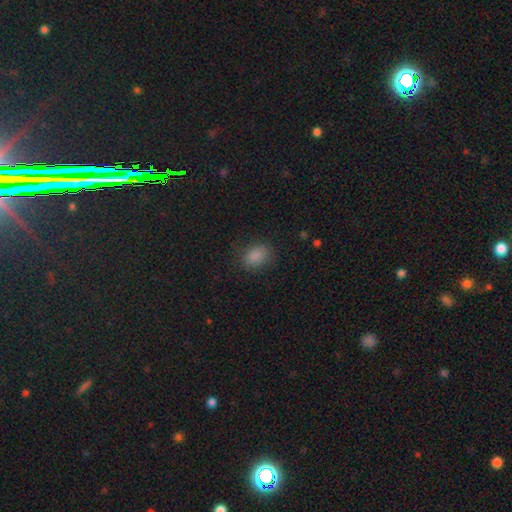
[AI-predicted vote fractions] This is clearly a smooth galaxy (85%). How rounded: likely in between (73%). Merging: clearly none (81%).